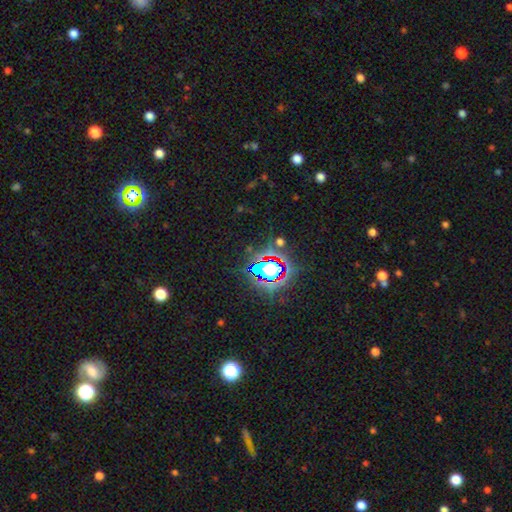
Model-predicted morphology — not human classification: Smooth or featured? Predicted: star or artifact (p=0.82).